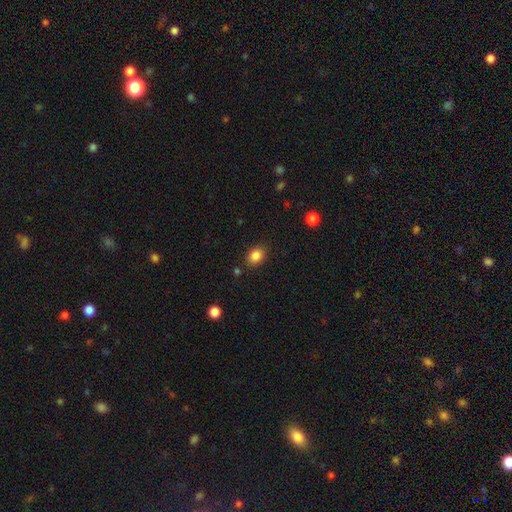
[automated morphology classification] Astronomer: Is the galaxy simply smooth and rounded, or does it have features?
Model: smooth — 85%.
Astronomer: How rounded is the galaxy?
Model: in between — 58% (runner-up: round, 41%).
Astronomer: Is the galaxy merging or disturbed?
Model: none — 83%.